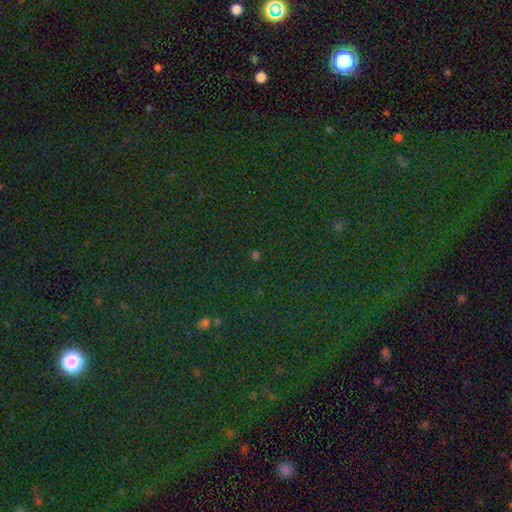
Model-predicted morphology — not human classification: A star or artifact, not a galaxy (70%).